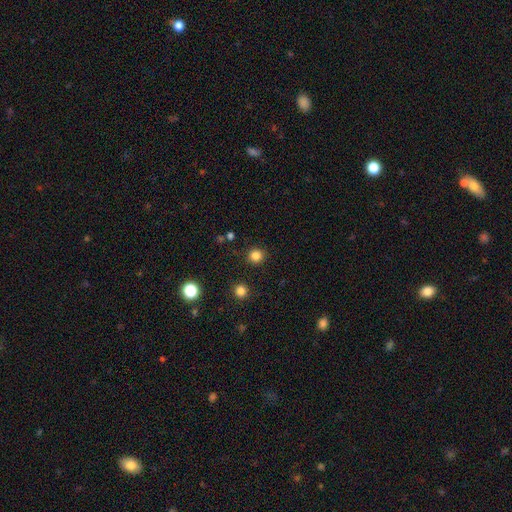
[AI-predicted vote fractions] smooth 83%, star or artifact 13%, featured or disk 4%. Down the decision tree: how rounded — round (92%); merging — none (90%).